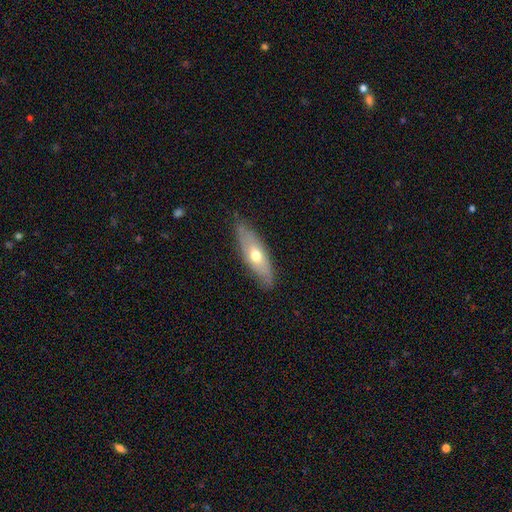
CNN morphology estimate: A smooth galaxy with no disk features (50%) that is in between round and cigar-shaped (57%).

Vote fractions:
- Smooth or featured? smooth: 50% / featured or disk: 44% / star or artifact: 6%
- How rounded? in between: 57% / cigar-shaped: 40% / round: 3%
- Merging? none: 79% / minor disturbance: 16% / major disturbance: 3% / merger: 1%